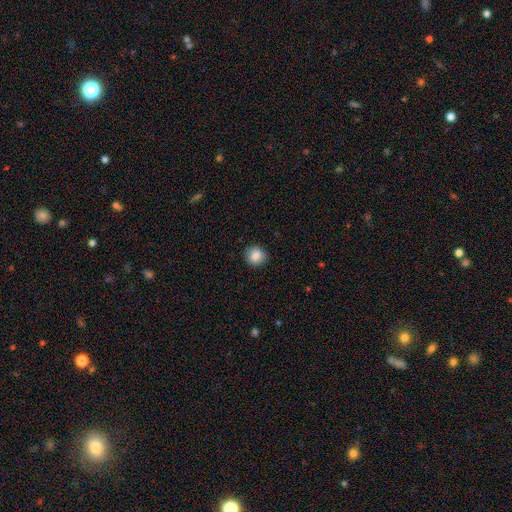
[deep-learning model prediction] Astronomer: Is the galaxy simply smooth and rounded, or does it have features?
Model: smooth — 85%.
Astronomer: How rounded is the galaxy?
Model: round — 85%.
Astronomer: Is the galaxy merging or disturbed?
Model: none — 87%.